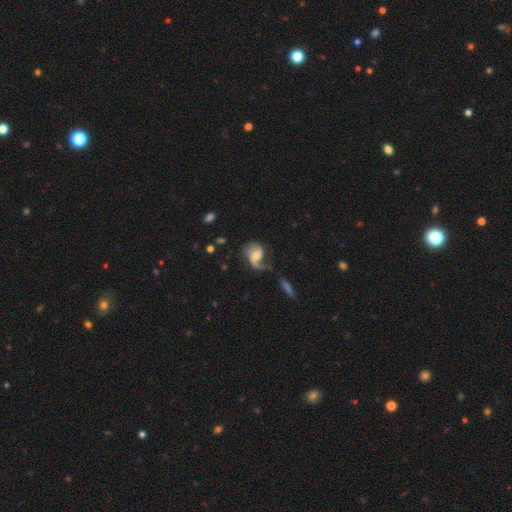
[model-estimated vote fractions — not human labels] Smooth or featured? Predicted: featured or disk (p=0.71). Edge-on disk? Predicted: no (p=0.97). Bar? Predicted: no (p=0.57). Spiral arms? Predicted: yes (p=0.91). Spiral winding? Predicted: loose (p=0.55). Spiral arm count? Predicted: 2 (p=0.50). Bulge size? Predicted: moderate (p=0.51). Merging? Predicted: none (p=0.40).